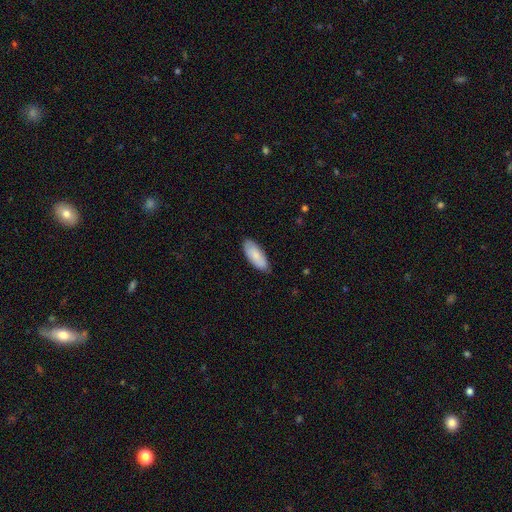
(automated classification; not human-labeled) Smooth or featured: smooth — 83% (featured or disk — 12%)
How rounded: in between — 83% (cigar-shaped — 16%)
Merging: none — 82% (minor disturbance — 15%)